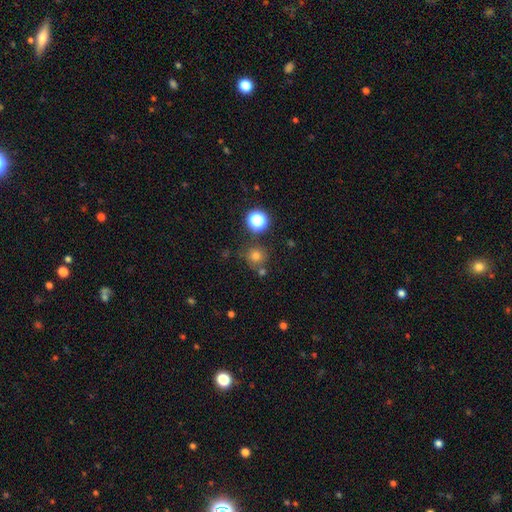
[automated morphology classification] Q: Smooth or featured?
A: smooth (73%); runner-up: star or artifact (19%)
Q: How rounded?
A: round (91%); runner-up: in between (8%)
Q: Merging?
A: none (71%); runner-up: merger (13%)